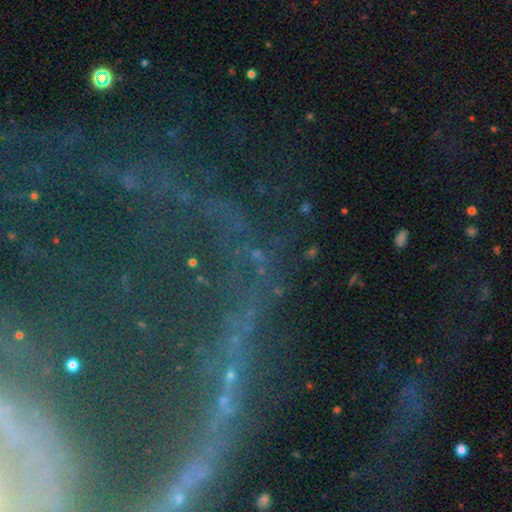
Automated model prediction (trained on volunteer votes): A star or artifact, not a galaxy (74%).